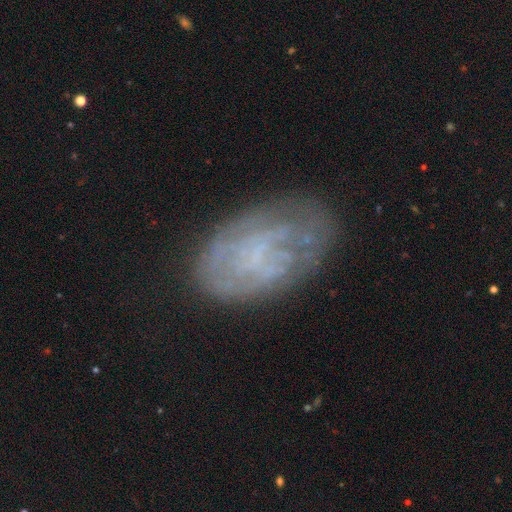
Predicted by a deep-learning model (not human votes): Overall: featured or disk (64%; smooth 26%). Edge-on disk: no (97%). Bar: no (70%). Spiral arms: yes (58%; no 42%). Bulge size: none (65%; small 25%). Merging: none (68%).